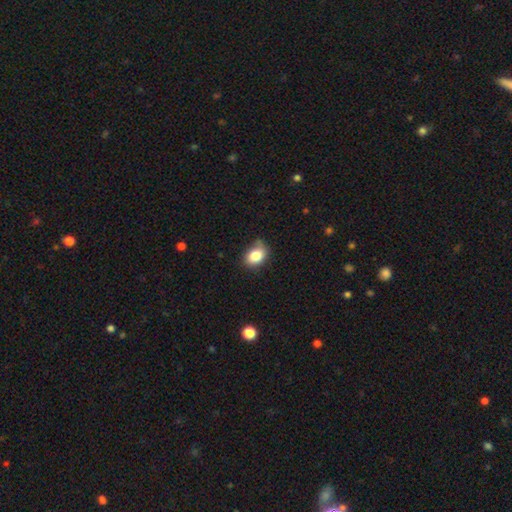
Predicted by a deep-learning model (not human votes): Smooth or featured: smooth — 83% (star or artifact — 9%)
How rounded: in between — 71% (round — 28%)
Merging: none — 64% (minor disturbance — 27%)